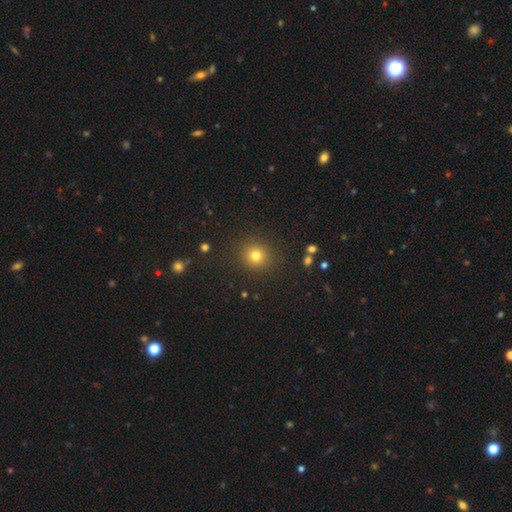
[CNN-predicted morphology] A smooth galaxy with no disk features (78%) that is round (90%). Merging: none (89%).